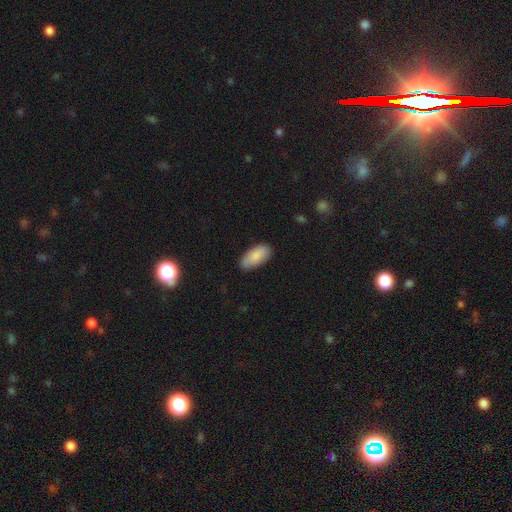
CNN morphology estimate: Q: Smooth or featured?
A: smooth (87%); runner-up: featured or disk (7%)
Q: How rounded?
A: in between (91%); runner-up: cigar-shaped (8%)
Q: Merging?
A: none (84%); runner-up: minor disturbance (12%)